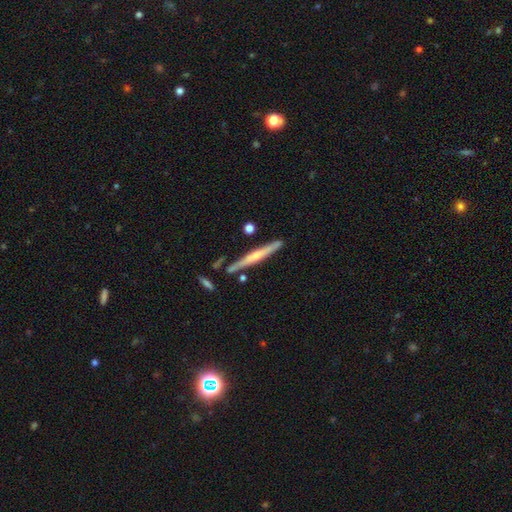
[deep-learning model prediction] The model was most divided on "edge-on bulge": rounded: 62%, none: 30%, boxy: 8%. More confident: edge-on disk — yes (96%); merging — none (82%); smooth or featured — featured or disk (63%).